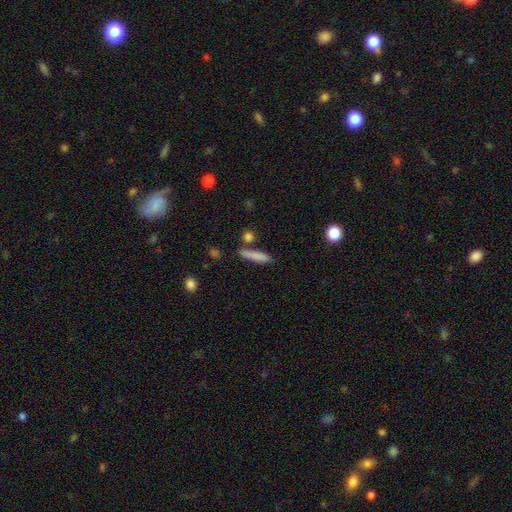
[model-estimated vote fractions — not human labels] smooth_or_featured: smooth (p=0.81) [alt: featured or disk p=0.12]
how_rounded: cigar-shaped (p=0.81) [alt: in between p=0.16]
merging: none (p=0.76) [alt: minor disturbance p=0.12]